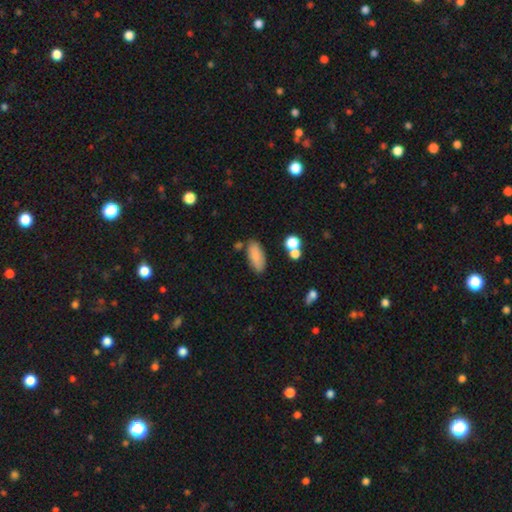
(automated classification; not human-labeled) The model was most divided on "merging": none: 76%, minor disturbance: 14%, merger: 7%, major disturbance: 4%. More confident: smooth or featured — smooth (84%); how rounded — in between (80%).